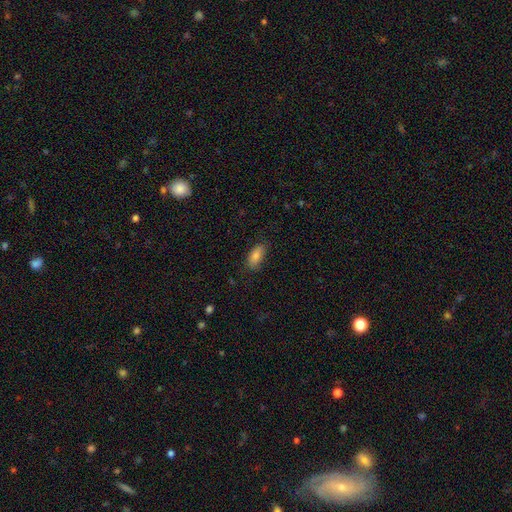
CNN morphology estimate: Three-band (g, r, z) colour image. It shows a smooth galaxy with no disk features (81%) that is in between round and cigar-shaped (84%). Merging: none (81%).